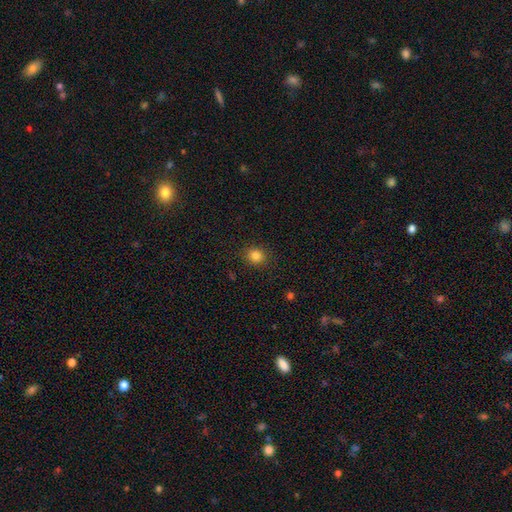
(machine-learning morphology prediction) Smooth or featured: smooth — 83% (star or artifact — 12%)
How rounded: round — 79% (in between — 20%)
Merging: none — 89% (minor disturbance — 8%)